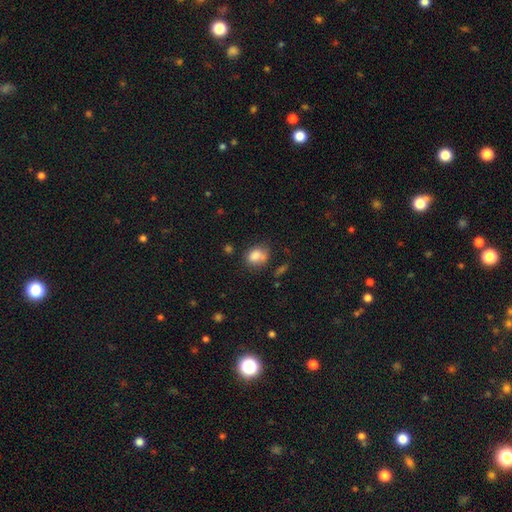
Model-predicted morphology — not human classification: This is clearly a smooth galaxy (80%). How rounded: possibly in between (59%). Merging: possibly none (48%).